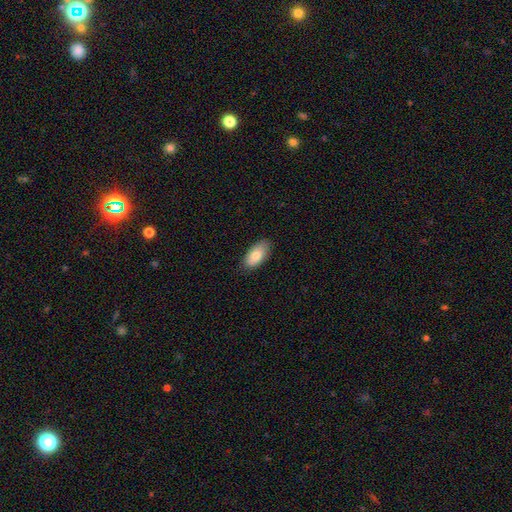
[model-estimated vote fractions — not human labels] This appears to be a smooth galaxy with no disk features (80%) that is in between round and cigar-shaped (93%). Merging: none (83%).